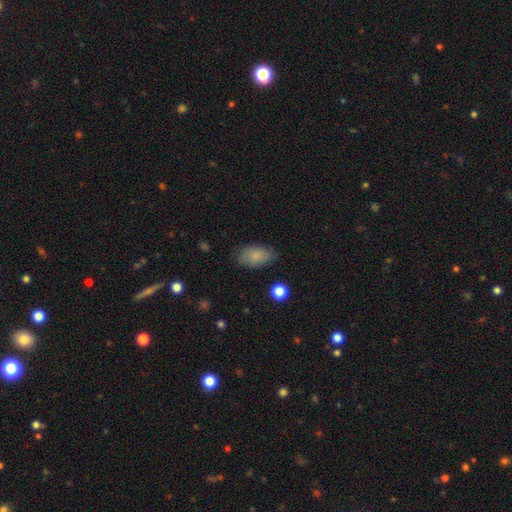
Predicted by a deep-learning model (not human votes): This is clearly a smooth galaxy (84%). How rounded: clearly in between (92%). Merging: likely none (79%).